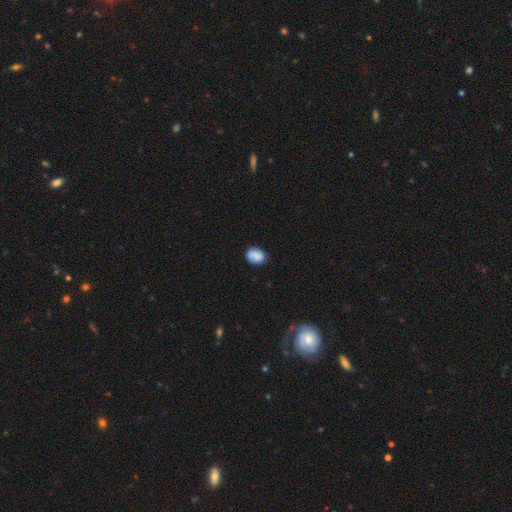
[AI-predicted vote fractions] Overall: smooth (85%). How rounded: in between (55%; round 44%). Merging: none (77%).